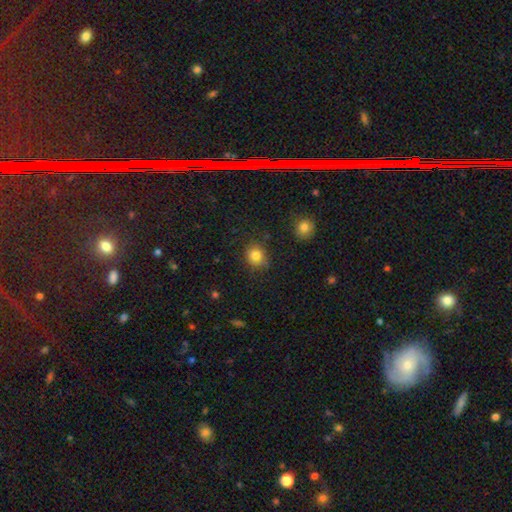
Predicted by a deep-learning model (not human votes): Overall: smooth (83%). How rounded: round (73%). Merging: none (77%).